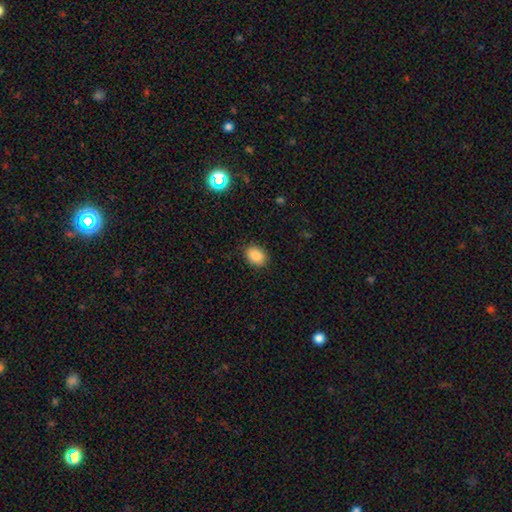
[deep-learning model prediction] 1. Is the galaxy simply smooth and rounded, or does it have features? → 88% smooth, 9% star or artifact, 3% featured or disk.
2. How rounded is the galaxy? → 70% in between, 29% round, 1% cigar-shaped.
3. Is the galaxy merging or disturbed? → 87% none, 9% minor disturbance, 2% major disturbance, 1% merger.